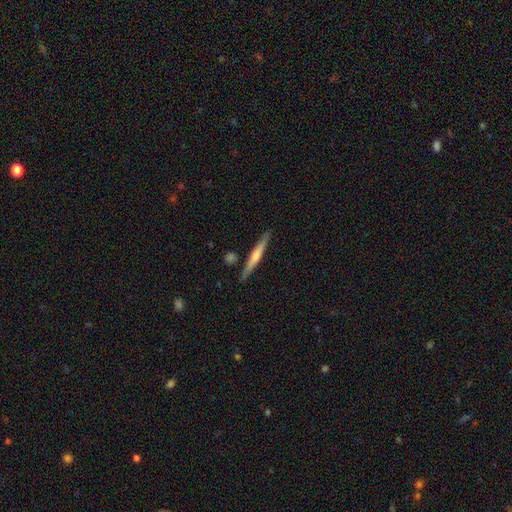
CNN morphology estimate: Smooth or featured? featured or disk (66%)
Edge-on disk? yes (98%)
Edge-on bulge? rounded (63%)
Merging? none (89%)